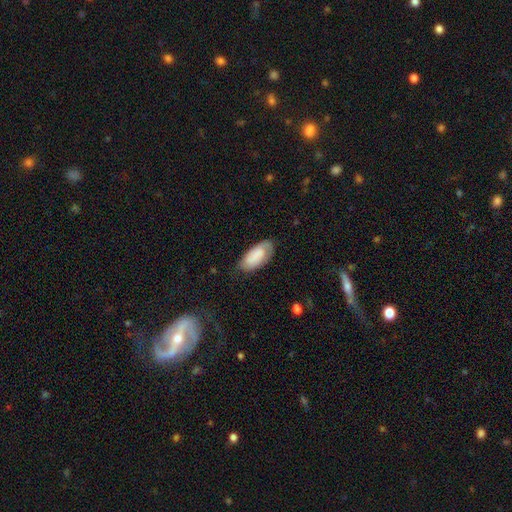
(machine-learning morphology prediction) Q: Smooth or featured?
A: smooth (70%); runner-up: featured or disk (23%)
Q: How rounded?
A: in between (93%); runner-up: cigar-shaped (5%)
Q: Merging?
A: none (66%); runner-up: minor disturbance (25%)